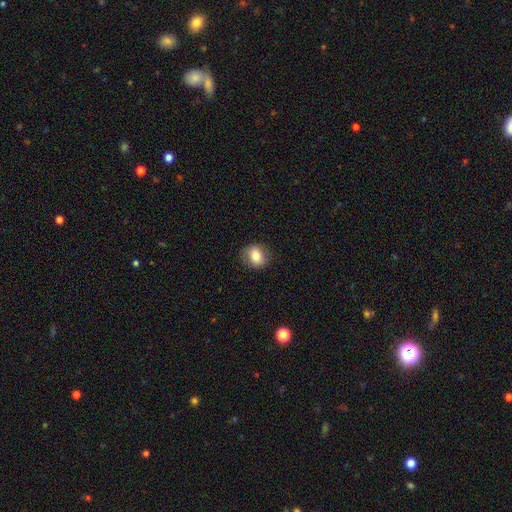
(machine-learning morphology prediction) A smooth galaxy with no disk features (77%) that is round (64%).

Vote fractions:
- Smooth or featured? smooth: 77% / featured or disk: 14% / star or artifact: 9%
- How rounded? round: 64% / in between: 35% / cigar-shaped: 1%
- Merging? none: 84% / minor disturbance: 11% / major disturbance: 4% / merger: 1%